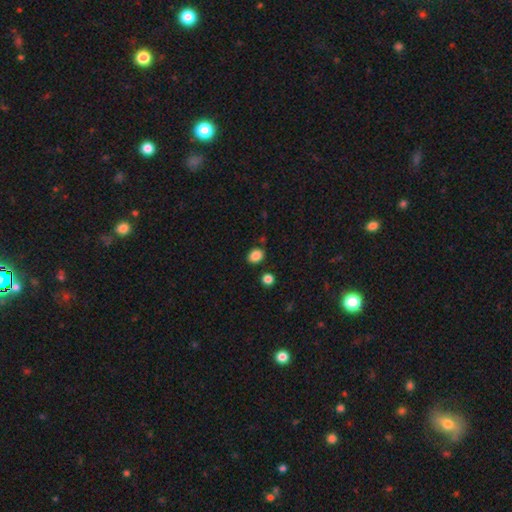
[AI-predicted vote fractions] This is clearly a smooth galaxy (86%). How rounded: possibly in between (56%). Merging: clearly none (82%).